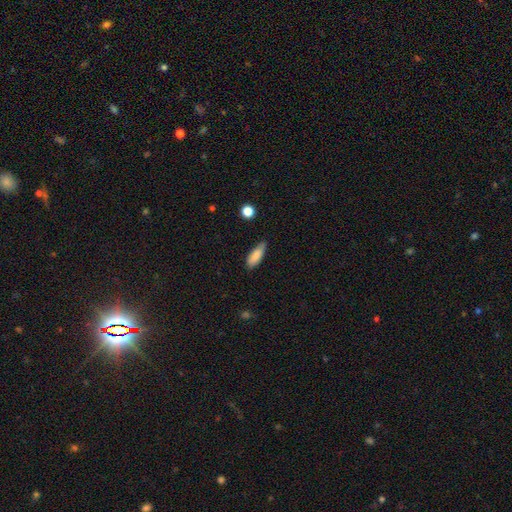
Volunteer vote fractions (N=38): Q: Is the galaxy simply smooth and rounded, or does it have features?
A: smooth — 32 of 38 (84%).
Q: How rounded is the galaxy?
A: in between — 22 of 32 (69%).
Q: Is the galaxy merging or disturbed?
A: none — 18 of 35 (51%).